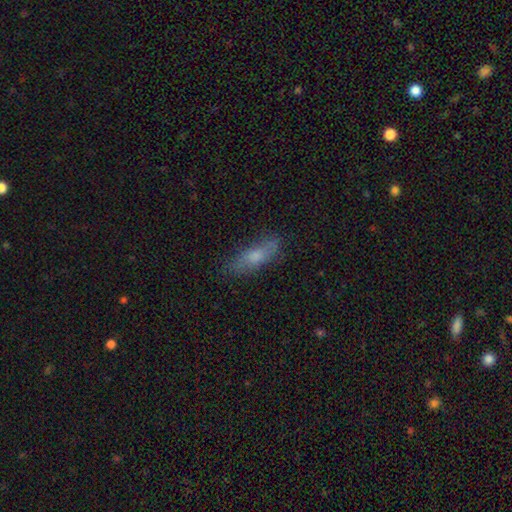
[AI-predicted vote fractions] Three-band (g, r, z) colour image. It shows a smooth galaxy with no disk features (58%) that is cigar-shaped (58%). Merging: none (77%).